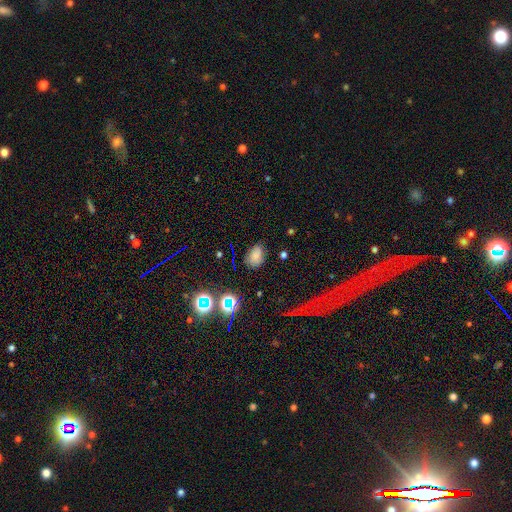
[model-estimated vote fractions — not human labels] A smooth galaxy with no disk features (72%) that is in between round and cigar-shaped (78%).

Vote fractions:
- Smooth or featured? smooth: 72% / star or artifact: 18% / featured or disk: 10%
- How rounded? in between: 78% / round: 20% / cigar-shaped: 1%
- Merging? none: 65% / minor disturbance: 25% / major disturbance: 7% / merger: 3%